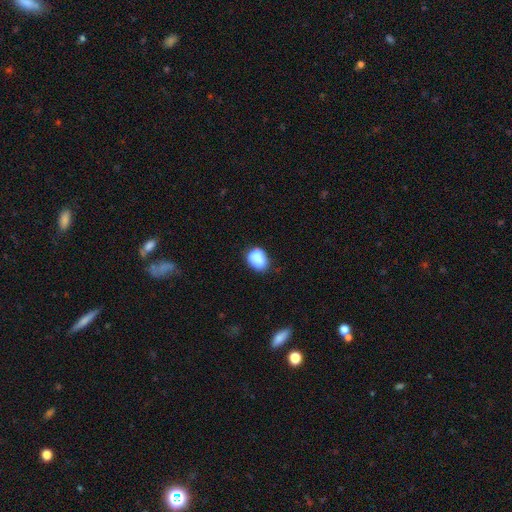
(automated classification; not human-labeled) Overall: smooth (88%). How rounded: in between (64%; round 35%). Merging: none (69%).